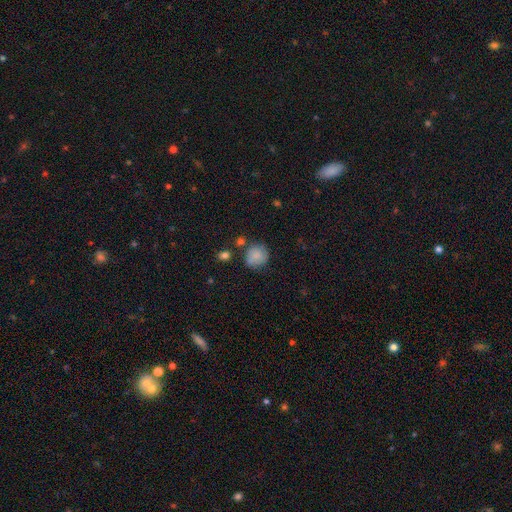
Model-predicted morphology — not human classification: This is likely a smooth galaxy (76%). How rounded: clearly round (86%). Merging: likely none (68%).